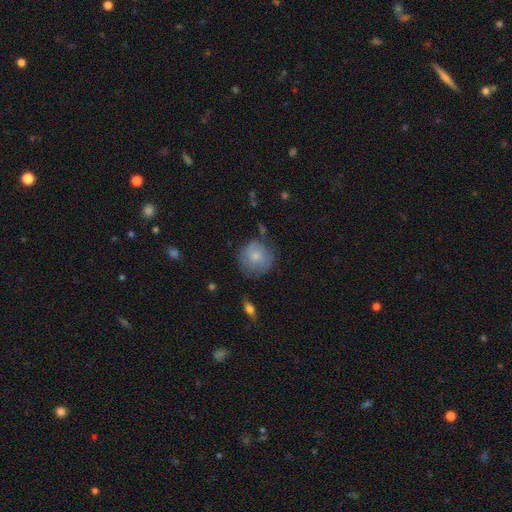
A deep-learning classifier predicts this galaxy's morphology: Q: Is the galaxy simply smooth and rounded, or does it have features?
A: smooth — 73%.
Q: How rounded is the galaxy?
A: round — 90%.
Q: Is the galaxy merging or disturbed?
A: none — 66%.